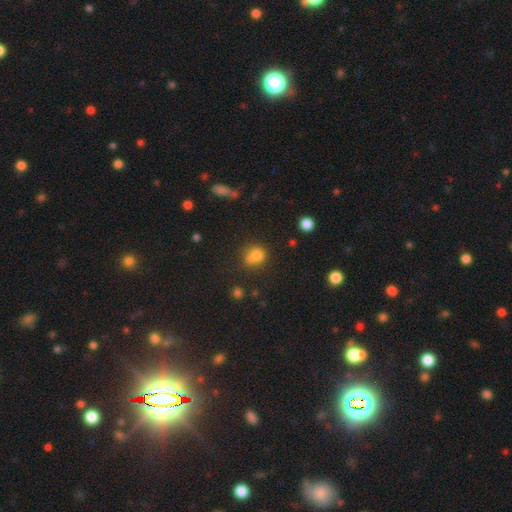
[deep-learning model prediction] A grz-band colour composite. It shows a smooth galaxy with no disk features (74%) that is round (74%). Merging: none (42%).